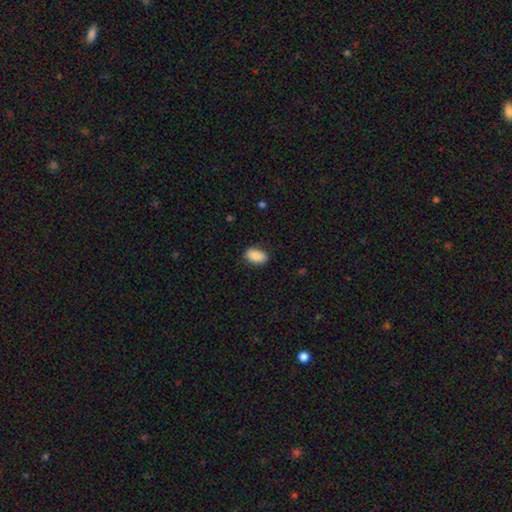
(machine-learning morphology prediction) A smooth galaxy with no disk features (89%) that is in between round and cigar-shaped (92%).

Vote fractions:
- Smooth or featured? smooth: 89% / star or artifact: 7% / featured or disk: 4%
- How rounded? in between: 92% / round: 6% / cigar-shaped: 2%
- Merging? none: 84% / minor disturbance: 13% / major disturbance: 3% / merger: 1%